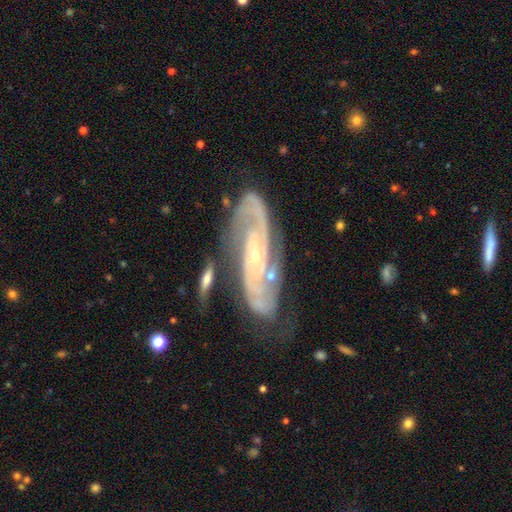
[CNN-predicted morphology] Smooth or featured? Predicted: featured or disk (p=0.89). Edge-on disk? Predicted: no (p=0.92). Bar? Predicted: no (p=0.55). Spiral arms? Predicted: yes (p=0.98). Spiral winding? Predicted: tight (p=0.53). Spiral arm count? Predicted: 2 (p=0.64). Bulge size? Predicted: small (p=0.80). Merging? Predicted: none (p=0.71).